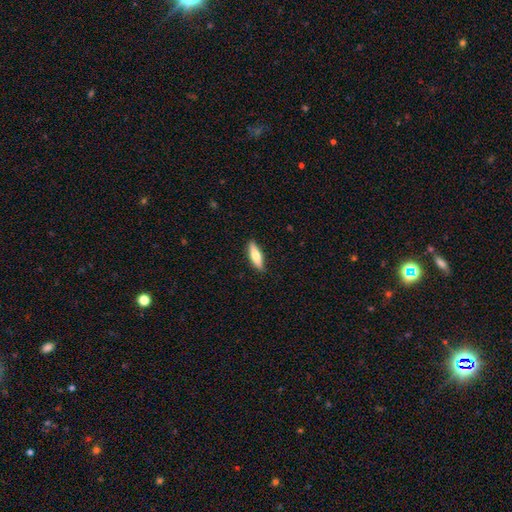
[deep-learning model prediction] This appears to be a smooth galaxy with no disk features (68%) that is cigar-shaped (54%). Merging: none (88%).